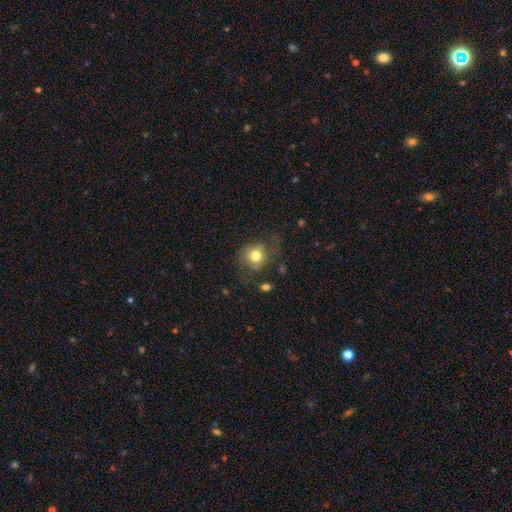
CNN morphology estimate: This is likely a smooth galaxy (76%). How rounded: likely round (76%). Merging: likely none (61%).